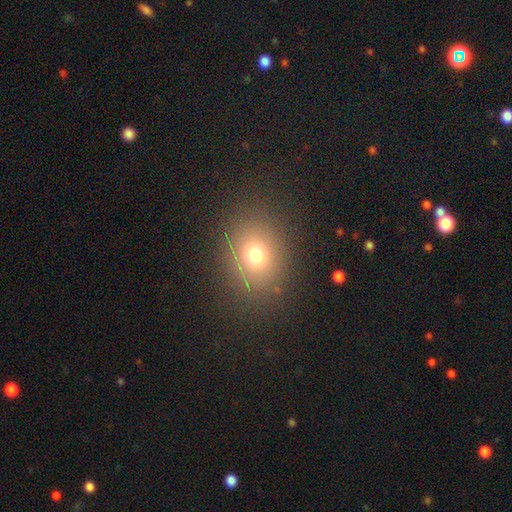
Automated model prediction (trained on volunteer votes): Smooth or featured? smooth (70%)
How rounded? round (62%)
Merging? none (84%)